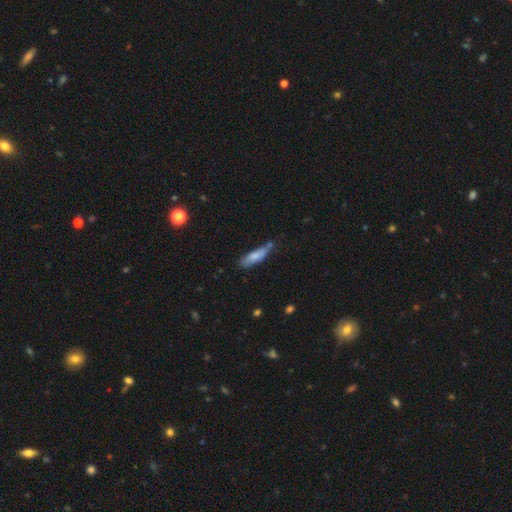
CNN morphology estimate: smooth 73%, featured or disk 20%, star or artifact 7%. Down the decision tree: how rounded — cigar-shaped (60%); merging — none (57%).